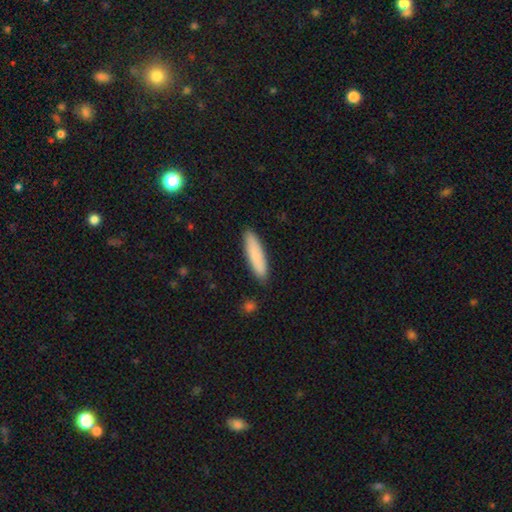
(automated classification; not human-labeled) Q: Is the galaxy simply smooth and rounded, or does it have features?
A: smooth — 85%.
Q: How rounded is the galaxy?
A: cigar-shaped — 77%.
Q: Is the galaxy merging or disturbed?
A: none — 89%.